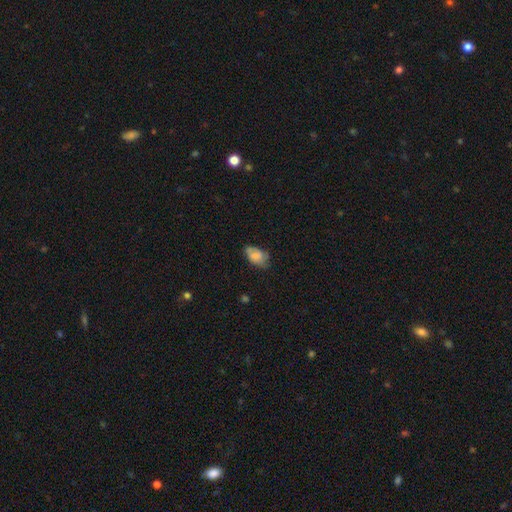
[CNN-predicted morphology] smooth-or-featured: smooth: 73% | featured or disk: 19% | star or artifact: 8%
  how-rounded: in between: 91% | round: 7% | cigar-shaped: 2%
  merging: none: 60% | minor disturbance: 31% | major disturbance: 8% | merger: 2%